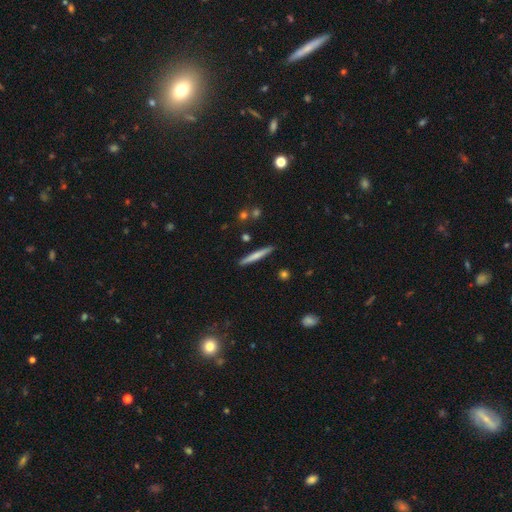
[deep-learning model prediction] A smooth galaxy with no disk features (64%) that is cigar-shaped (95%). Merging: none (90%).